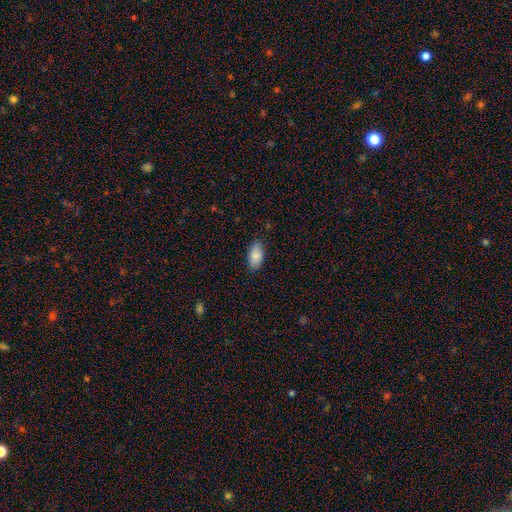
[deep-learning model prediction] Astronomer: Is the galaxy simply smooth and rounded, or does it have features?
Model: smooth — 85%.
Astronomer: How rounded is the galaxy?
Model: in between — 92%.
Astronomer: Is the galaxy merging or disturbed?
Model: none — 83%.